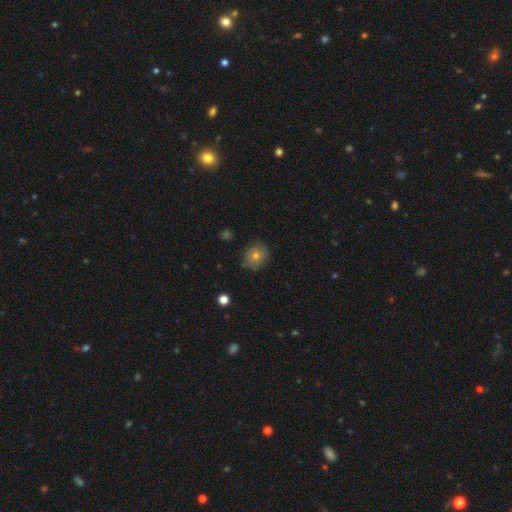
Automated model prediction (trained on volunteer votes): Q: Smooth or featured?
A: smooth (68%); runner-up: featured or disk (19%)
Q: How rounded?
A: round (79%); runner-up: in between (20%)
Q: Merging?
A: none (80%); runner-up: minor disturbance (15%)